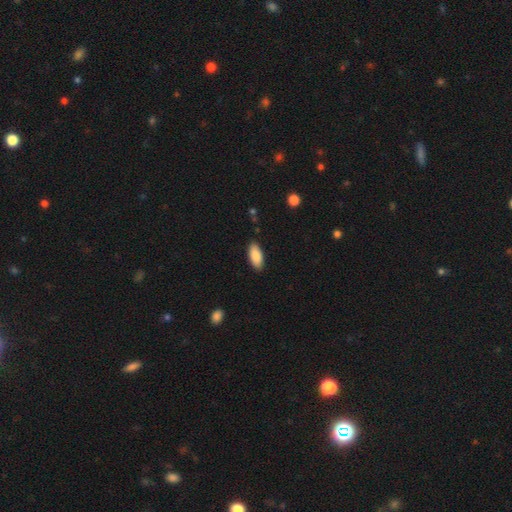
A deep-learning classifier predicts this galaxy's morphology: smooth 88%, featured or disk 7%, star or artifact 6%. Down the decision tree: how rounded — in between (84%); merging — none (88%).